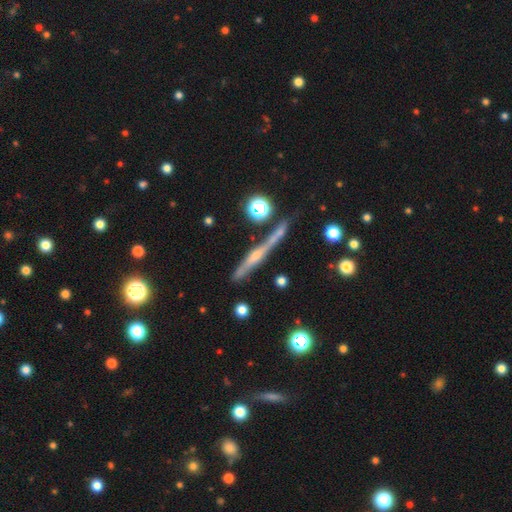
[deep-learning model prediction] A featured or disk galaxy (65%) viewed edge-on (95%) with a rounded central bulge (62%).

Vote fractions:
- Smooth or featured? featured or disk: 65% / smooth: 24% / star or artifact: 10%
- Edge-on disk? yes: 95% / no: 5%
- Edge-on bulge? rounded: 62% / none: 27% / boxy: 11%
- Merging? none: 73% / minor disturbance: 13% / merger: 10% / major disturbance: 4%